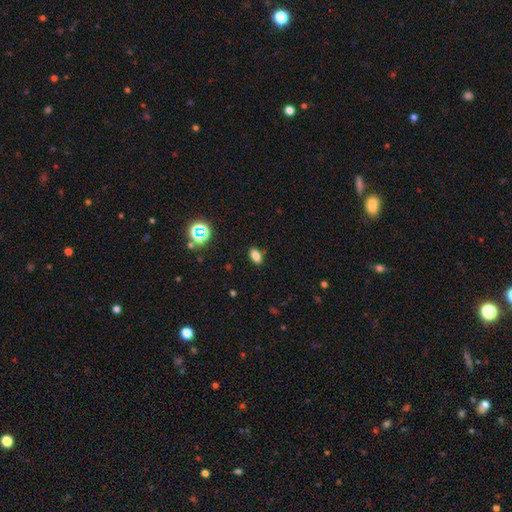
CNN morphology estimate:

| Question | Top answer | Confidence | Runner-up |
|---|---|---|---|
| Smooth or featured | smooth | 78% | star or artifact (15%) |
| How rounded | in between | 87% | round (9%) |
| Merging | none | 87% | minor disturbance (9%) |